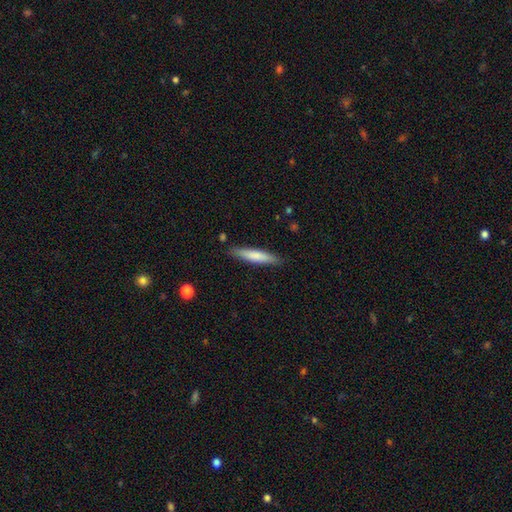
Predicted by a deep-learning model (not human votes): Smooth or featured?
  - smooth: 74% *
  - featured or disk: 21%
  - star or artifact: 5%
How rounded?
  - cigar-shaped: 88% *
  - in between: 11%
  - round: 1%
Merging?
  - none: 87% *
  - minor disturbance: 10%
  - major disturbance: 2%
  - merger: 2%